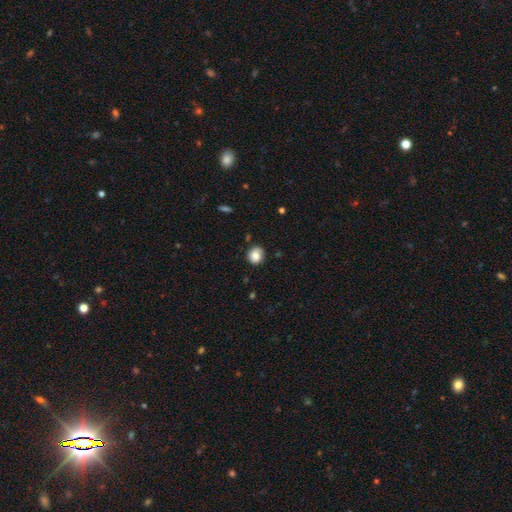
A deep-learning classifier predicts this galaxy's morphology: Smooth or featured? smooth (82%)
How rounded? round (86%)
Merging? none (79%)